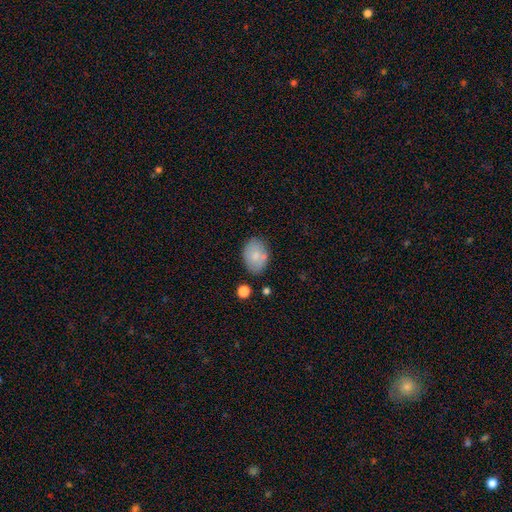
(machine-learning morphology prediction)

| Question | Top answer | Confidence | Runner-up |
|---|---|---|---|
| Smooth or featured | smooth | 76% | featured or disk (17%) |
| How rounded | in between | 81% | round (18%) |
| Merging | none | 70% | minor disturbance (18%) |